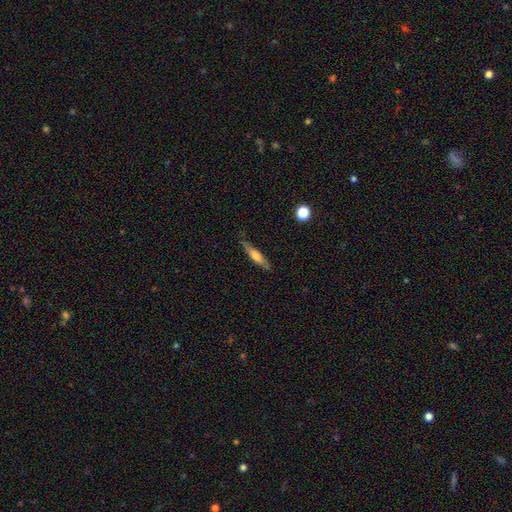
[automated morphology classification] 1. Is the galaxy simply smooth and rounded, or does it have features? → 52% smooth, 41% featured or disk, 7% star or artifact.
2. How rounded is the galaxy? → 81% cigar-shaped, 17% in between, 2% round.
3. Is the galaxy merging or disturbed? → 78% none, 16% minor disturbance, 3% major disturbance, 2% merger.